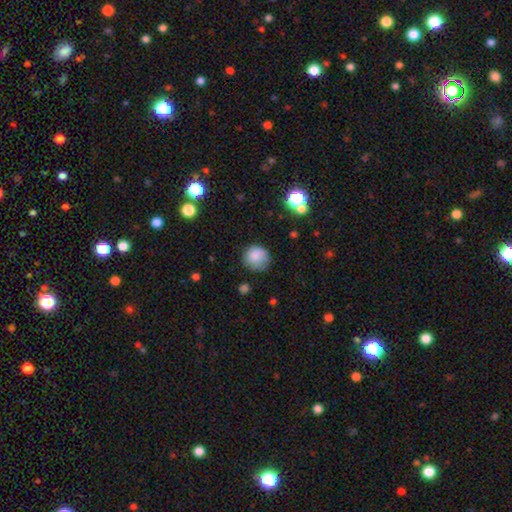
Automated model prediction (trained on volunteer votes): smooth_or_featured: smooth (p=0.83) [alt: star or artifact p=0.10]
how_rounded: round (p=0.89) [alt: in between p=0.10]
merging: none (p=0.71) [alt: minor disturbance p=0.20]